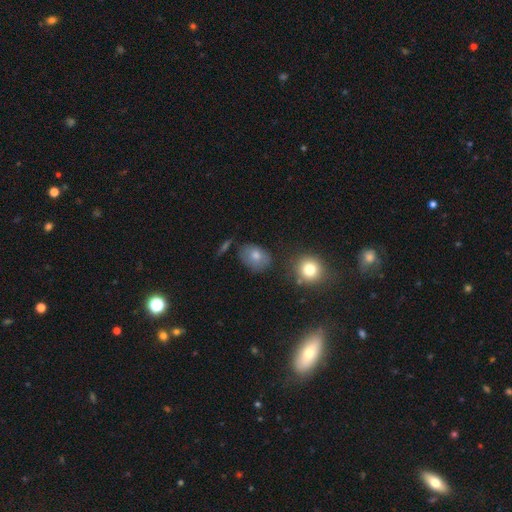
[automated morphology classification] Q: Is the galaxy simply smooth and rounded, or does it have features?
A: smooth — 76%.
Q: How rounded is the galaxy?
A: in between — 68%.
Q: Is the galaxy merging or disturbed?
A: none — 64%.